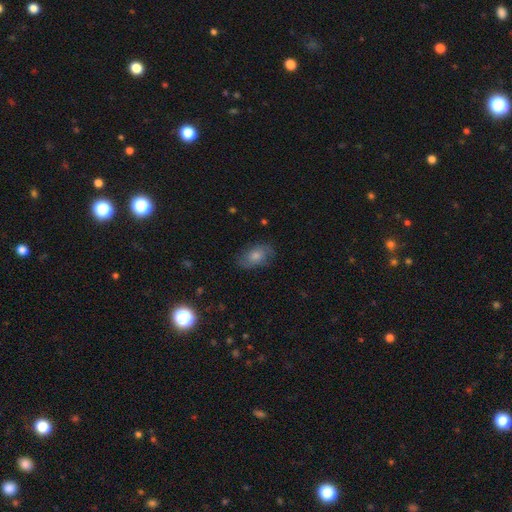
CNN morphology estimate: A smooth galaxy with no disk features (57%) that is in between round and cigar-shaped (84%). Merging: none (79%).